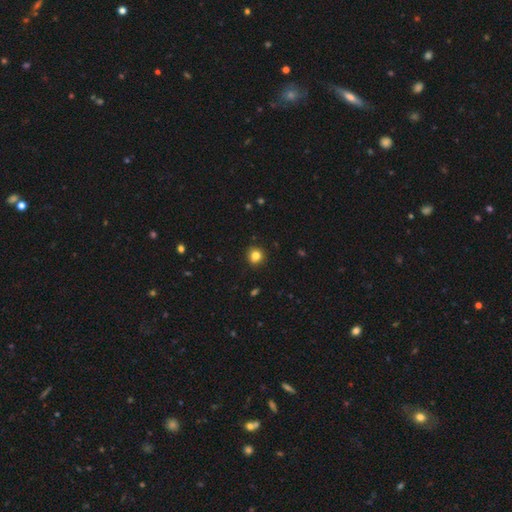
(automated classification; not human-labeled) Smooth or featured: smooth — 82% (star or artifact — 12%)
How rounded: round — 90% (in between — 9%)
Merging: none — 91% (minor disturbance — 6%)